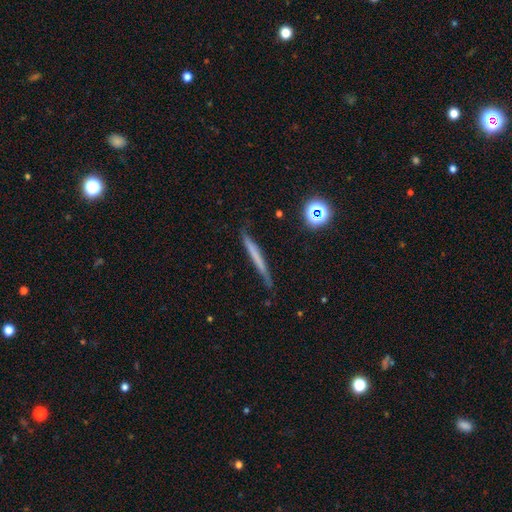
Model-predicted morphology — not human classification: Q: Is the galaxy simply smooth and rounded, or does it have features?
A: smooth — 50%.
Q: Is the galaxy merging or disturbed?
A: none — 79%.